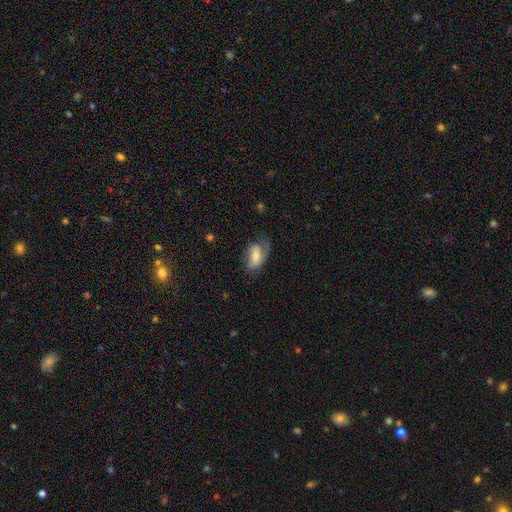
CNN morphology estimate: The model was most divided on "smooth or featured": smooth: 48%, featured or disk: 45%, star or artifact: 7%. More confident: merging — none (54%).